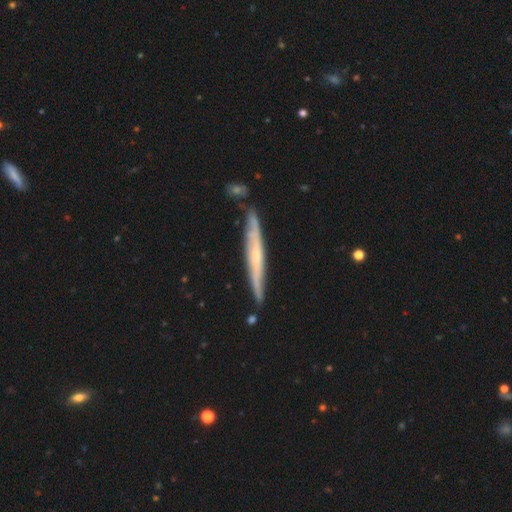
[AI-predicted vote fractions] A featured or disk galaxy (70%) viewed edge-on (88%) with no central bulge (52%). Merging: none (77%).